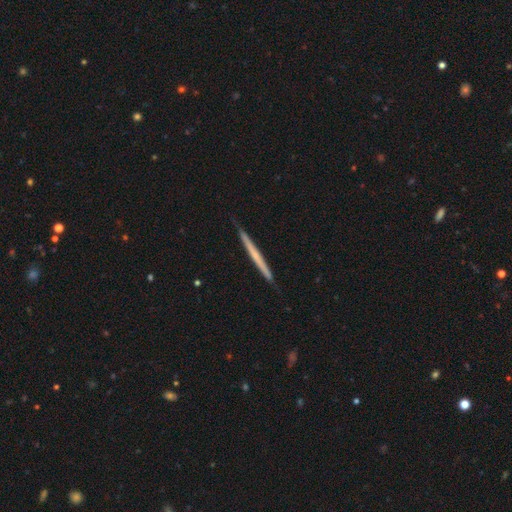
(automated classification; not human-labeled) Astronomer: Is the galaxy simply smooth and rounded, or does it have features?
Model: featured or disk — 50% (runner-up: smooth, 45%).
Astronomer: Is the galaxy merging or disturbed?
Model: none — 89%.